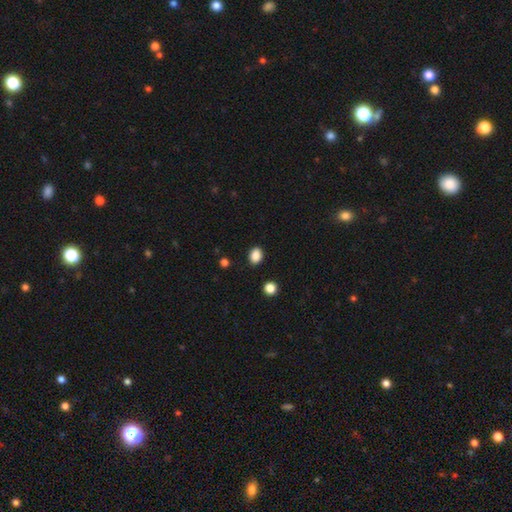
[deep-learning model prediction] smooth-or-featured: smooth: 88% | star or artifact: 10% | featured or disk: 3%
  how-rounded: in between: 67% | round: 32% | cigar-shaped: 1%
  merging: none: 89% | minor disturbance: 8% | major disturbance: 2% | merger: 1%